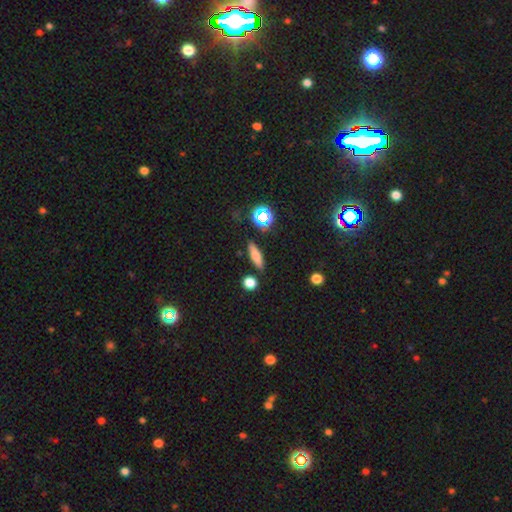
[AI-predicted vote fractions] A smooth galaxy with no disk features (62%) that is cigar-shaped (57%).

Vote fractions:
- Smooth or featured? smooth: 62% / featured or disk: 25% / star or artifact: 13%
- How rounded? cigar-shaped: 57% / in between: 36% / round: 7%
- Merging? none: 85% / minor disturbance: 9% / merger: 4% / major disturbance: 3%